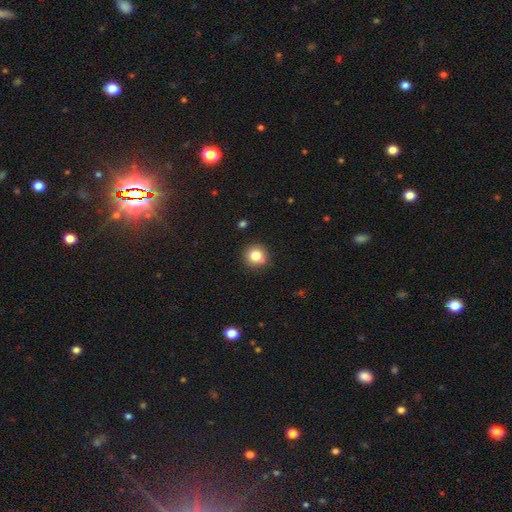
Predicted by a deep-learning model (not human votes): Morphology: type=smooth (81%); roundness=round (90%); merging=none (84%).